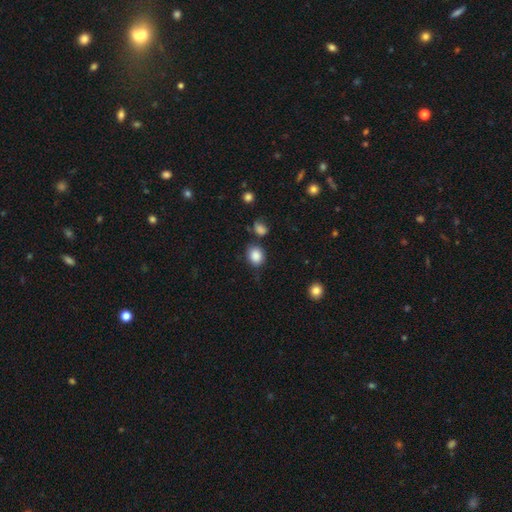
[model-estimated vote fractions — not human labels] Smooth or featured: smooth — 87% (star or artifact — 9%)
How rounded: round — 59% (in between — 40%)
Merging: none — 71% (minor disturbance — 17%)